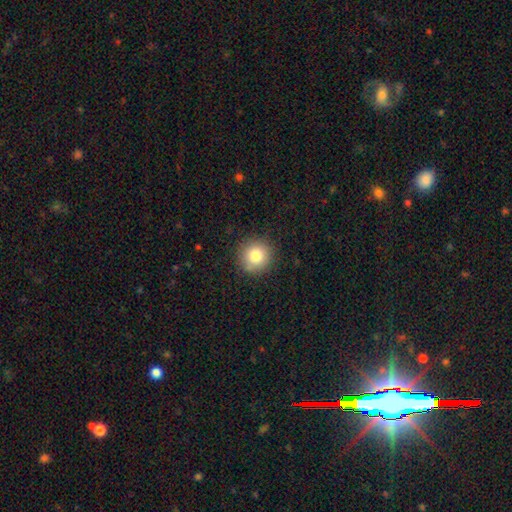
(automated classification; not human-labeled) Smooth or featured? Predicted: smooth (p=0.82). How rounded? Predicted: round (p=0.94). Merging? Predicted: none (p=0.87).